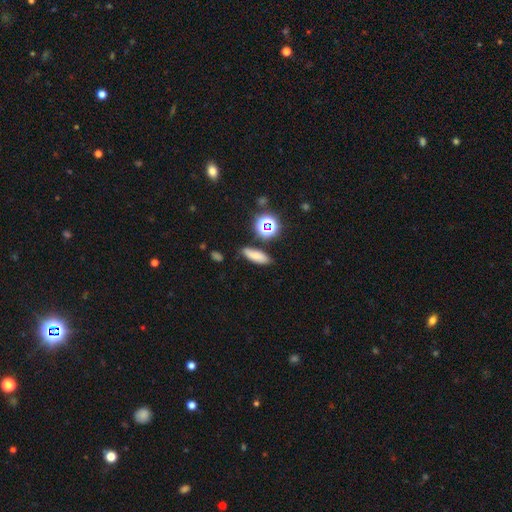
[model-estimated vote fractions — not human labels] A smooth galaxy with no disk features (72%) that is in between round and cigar-shaped (53%).

Vote fractions:
- Smooth or featured? smooth: 72% / star or artifact: 16% / featured or disk: 13%
- How rounded? in between: 53% / cigar-shaped: 39% / round: 9%
- Merging? none: 80% / minor disturbance: 13% / merger: 4% / major disturbance: 3%